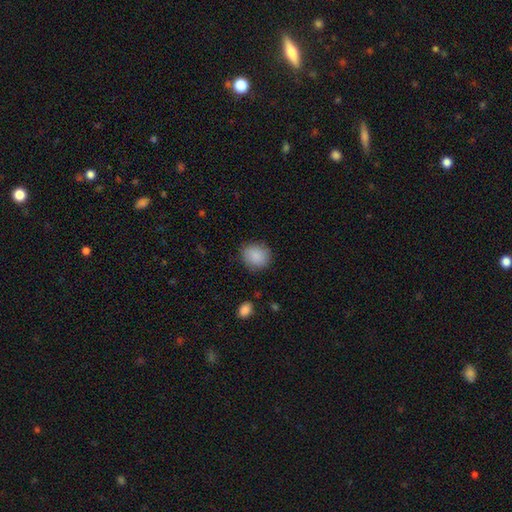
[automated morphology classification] This appears to be a smooth galaxy with no disk features (88%) that is round (72%). Merging: none (84%).